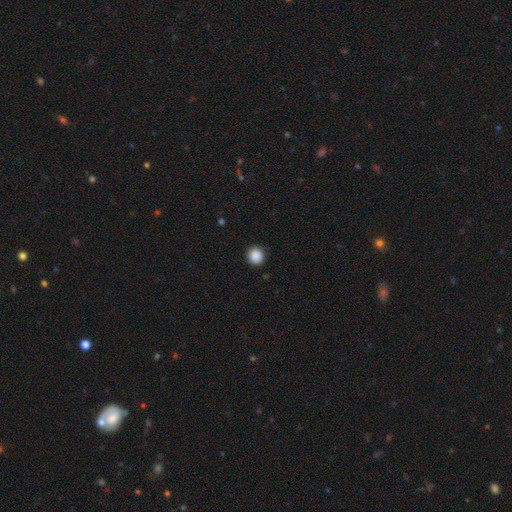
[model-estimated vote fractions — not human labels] A smooth galaxy with no disk features (88%) that is round (91%).

Vote fractions:
- Smooth or featured? smooth: 88% / star or artifact: 9% / featured or disk: 3%
- How rounded? round: 91% / in between: 8% / cigar-shaped: 1%
- Merging? none: 90% / minor disturbance: 7% / major disturbance: 2% / merger: 1%